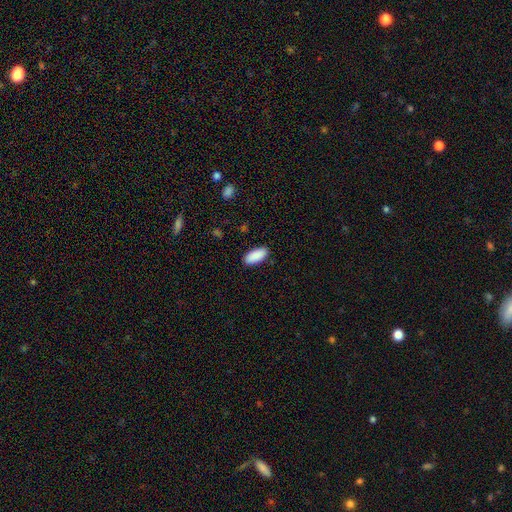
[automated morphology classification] This appears to be a smooth galaxy with no disk features (91%) that is in between round and cigar-shaped (90%). Merging: none (89%).